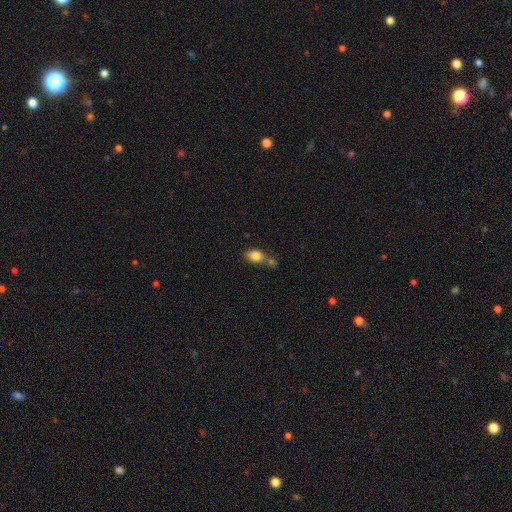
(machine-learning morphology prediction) The model was most divided on "merging": none: 42%, merger: 38%, minor disturbance: 14%, major disturbance: 6%. More confident: smooth or featured — smooth (82%); how rounded — in between (75%).